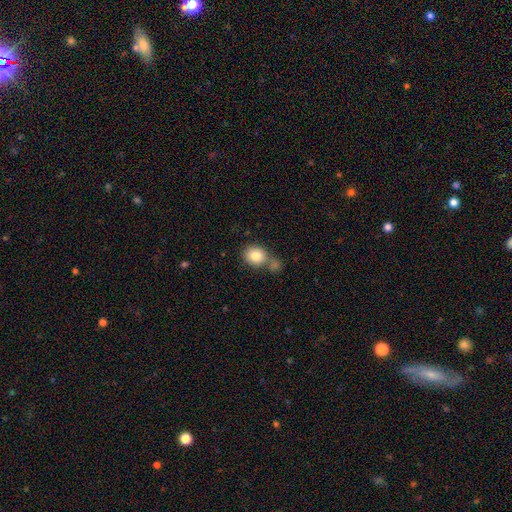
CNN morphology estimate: A smooth galaxy with no disk features (82%) that is round (66%).

Vote fractions:
- Smooth or featured? smooth: 82% / star or artifact: 9% / featured or disk: 9%
- How rounded? round: 66% / in between: 33% / cigar-shaped: 1%
- Merging? none: 54% / merger: 30% / minor disturbance: 12% / major disturbance: 4%